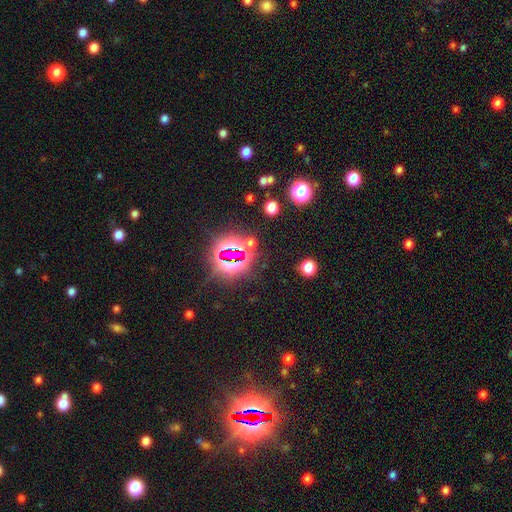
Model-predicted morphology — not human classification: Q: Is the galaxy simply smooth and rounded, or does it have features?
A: star or artifact — 81%.